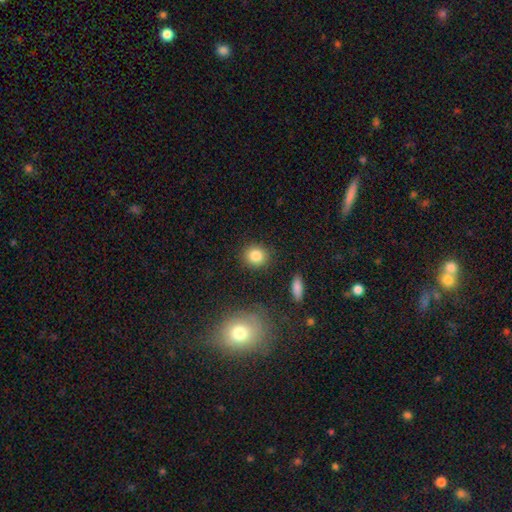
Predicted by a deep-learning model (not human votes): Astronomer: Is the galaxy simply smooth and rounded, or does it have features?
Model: smooth — 85%.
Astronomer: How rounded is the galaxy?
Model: round — 83%.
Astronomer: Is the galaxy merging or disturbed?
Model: none — 87%.